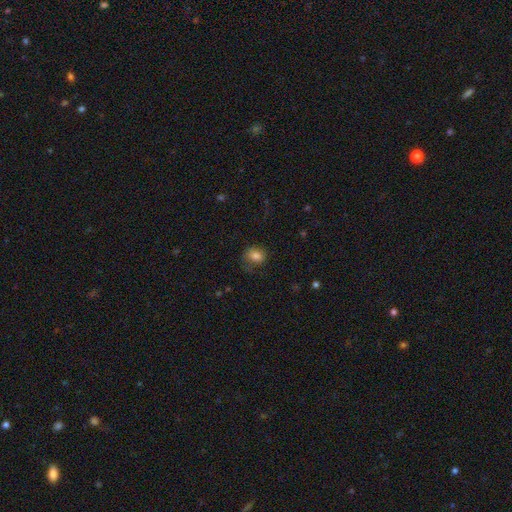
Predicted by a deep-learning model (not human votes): The model was most divided on "how rounded": round: 52%, in between: 47%, cigar-shaped: 1%. More confident: smooth or featured — smooth (79%); merging — none (65%).